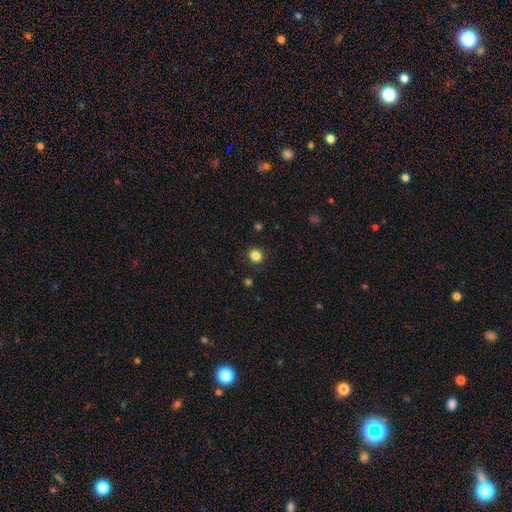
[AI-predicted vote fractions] Smooth or featured? smooth (84%)
How rounded? round (91%)
Merging? none (91%)